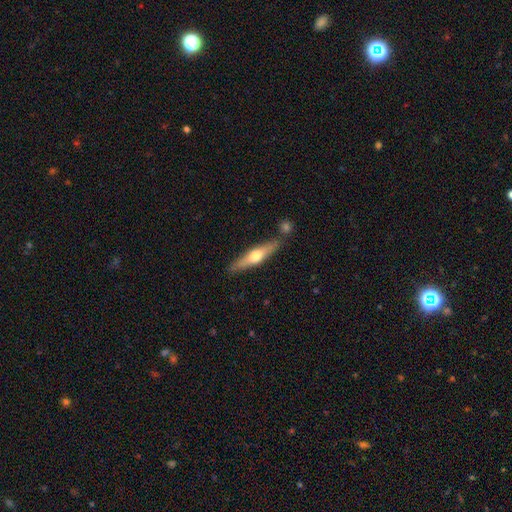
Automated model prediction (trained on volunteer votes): The model was most divided on "smooth or featured": featured or disk: 60%, smooth: 35%, star or artifact: 5%. More confident: edge-on disk — yes (95%); edge-on bulge — rounded (93%); merging — none (82%).